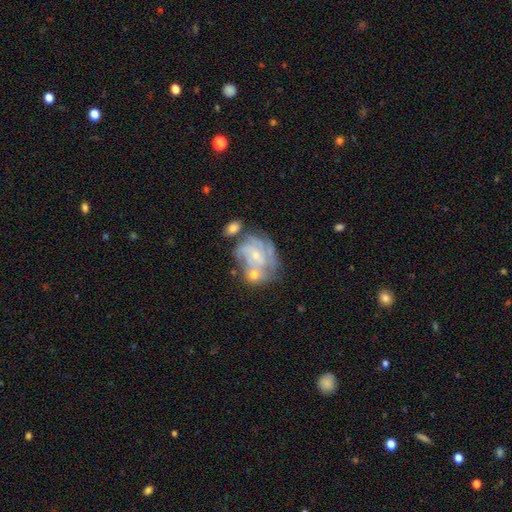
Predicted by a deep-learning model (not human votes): The model was most divided on "spiral arm count": can't tell: 37%, 3: 25%, 4: 15%, 2: 13%, more than 4: 5%, 1: 5%. Remaining: edge-on disk — no (98%); spiral arms — yes (86%); smooth or featured — featured or disk (78%); bulge size — small (65%); bar — no (64%); spiral winding — tight (55%); merging — none (40%).